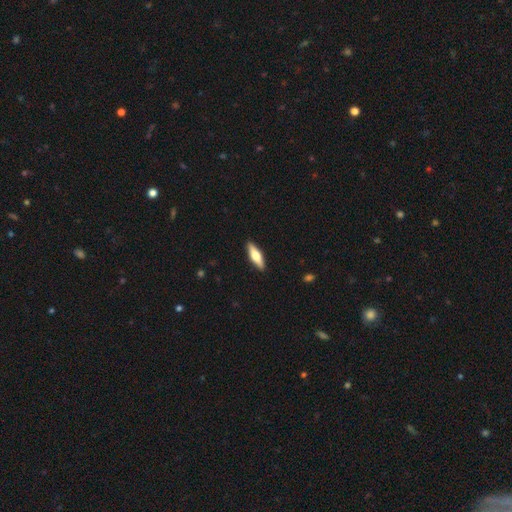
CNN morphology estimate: Q: Smooth or featured?
A: smooth (55%); runner-up: featured or disk (40%)
Q: How rounded?
A: cigar-shaped (57%); runner-up: in between (41%)
Q: Merging?
A: none (90%); runner-up: minor disturbance (8%)